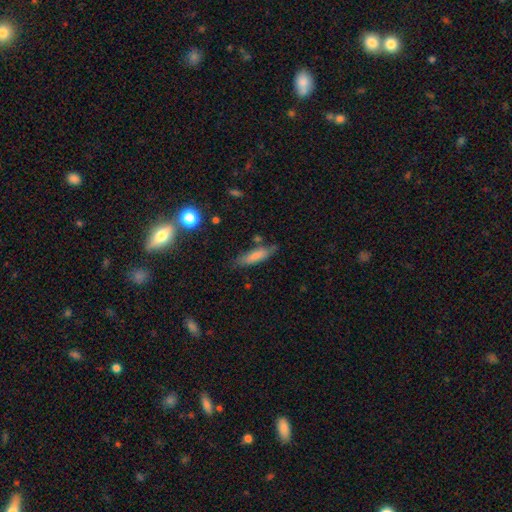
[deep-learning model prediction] Smooth or featured?
  - smooth: 74% *
  - featured or disk: 18%
  - star or artifact: 7%
How rounded?
  - cigar-shaped: 58% *
  - in between: 40%
  - round: 2%
Merging?
  - none: 67% *
  - minor disturbance: 22%
  - merger: 5%
  - major disturbance: 5%